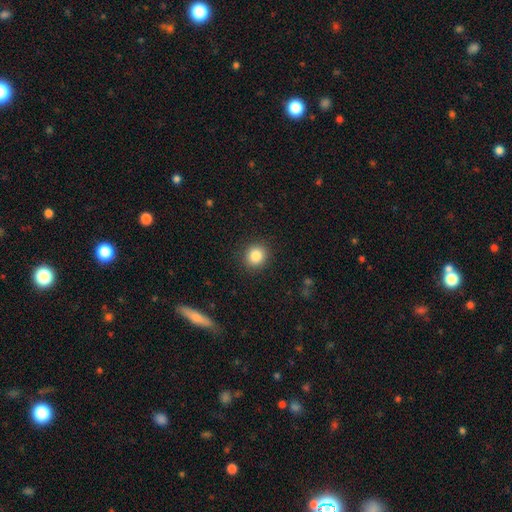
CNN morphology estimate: A smooth galaxy with no disk features (85%) that is round (86%). Merging: none (90%).